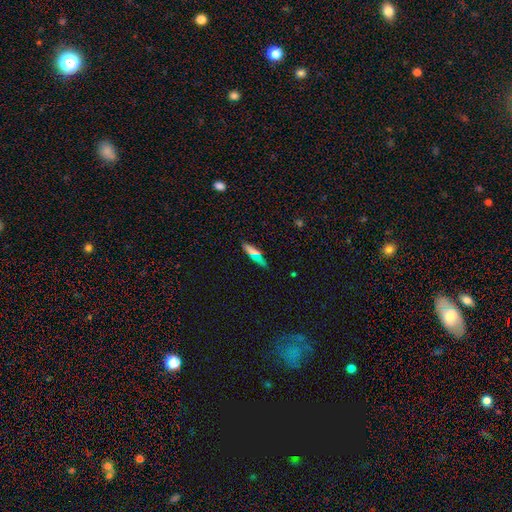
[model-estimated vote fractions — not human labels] Smooth or featured? Predicted: smooth (p=0.61). How rounded? Predicted: cigar-shaped (p=0.69). Merging? Predicted: none (p=0.83).